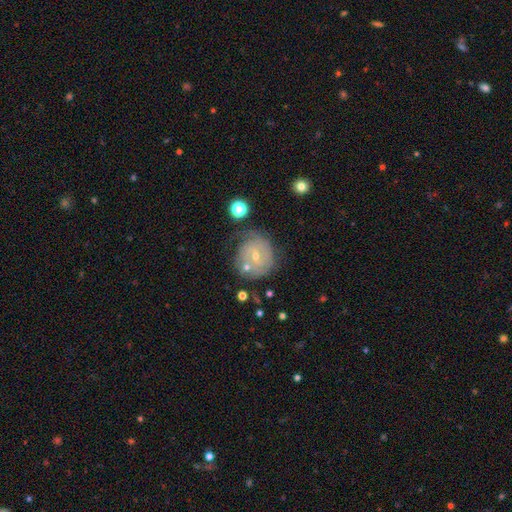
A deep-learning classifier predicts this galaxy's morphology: Q: Smooth or featured?
A: featured or disk (77%); runner-up: smooth (15%)
Q: Edge-on disk?
A: no (97%); runner-up: yes (3%)
Q: Bar?
A: weak (46%); runner-up: no (44%)
Q: Spiral arms?
A: yes (93%); runner-up: no (7%)
Q: Spiral winding?
A: tight (70%); runner-up: medium (24%)
Q: Spiral arm count?
A: 2 (36%); runner-up: can't tell (31%)
Q: Bulge size?
A: small (67%); runner-up: moderate (29%)
Q: Merging?
A: none (68%); runner-up: minor disturbance (19%)